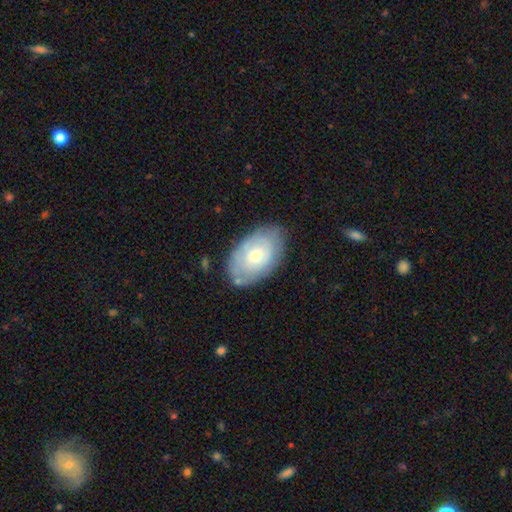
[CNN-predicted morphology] A smooth galaxy with no disk features (50%).

Vote fractions:
- Smooth or featured? smooth: 50% / featured or disk: 44% / star or artifact: 6%
- Merging? none: 74% / minor disturbance: 19% / major disturbance: 5% / merger: 2%